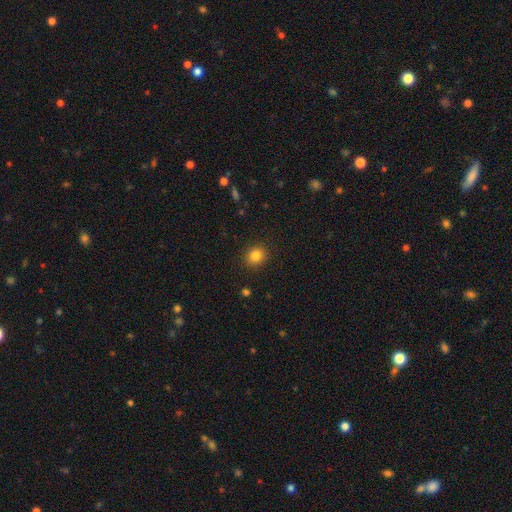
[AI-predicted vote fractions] smooth-or-featured: smooth: 84% | star or artifact: 11% | featured or disk: 5%
  how-rounded: round: 79% | in between: 20% | cigar-shaped: 1%
  merging: none: 90% | minor disturbance: 7% | major disturbance: 2% | merger: 1%